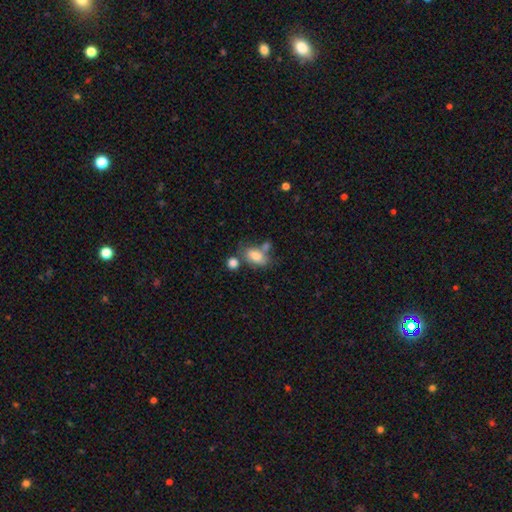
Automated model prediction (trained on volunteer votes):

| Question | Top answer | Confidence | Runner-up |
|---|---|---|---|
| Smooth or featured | smooth | 75% | featured or disk (16%) |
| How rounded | in between | 87% | round (11%) |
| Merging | none | 45% | merger (27%) |